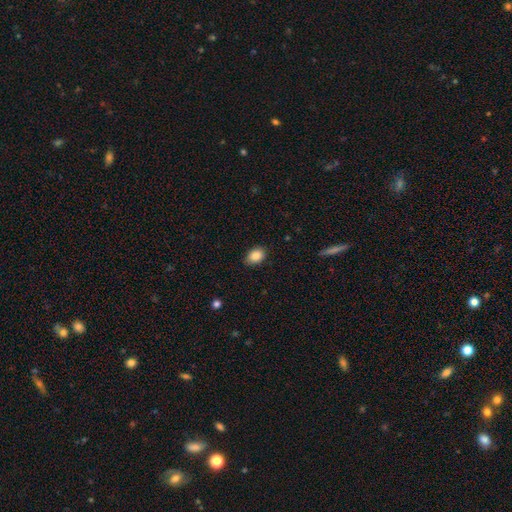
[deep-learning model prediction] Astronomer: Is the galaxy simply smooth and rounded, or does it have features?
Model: smooth — 86%.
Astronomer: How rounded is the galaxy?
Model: in between — 79%.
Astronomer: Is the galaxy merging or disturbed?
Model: none — 86%.